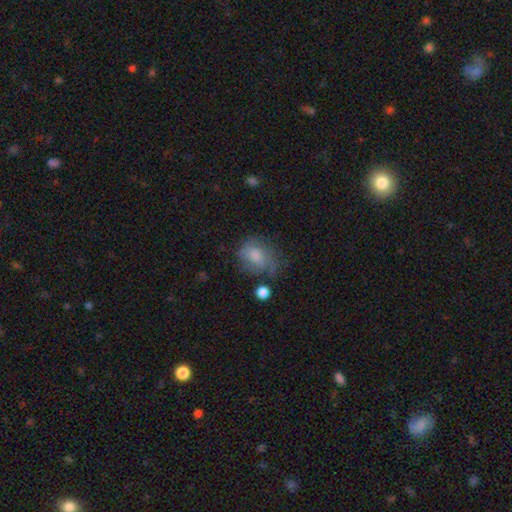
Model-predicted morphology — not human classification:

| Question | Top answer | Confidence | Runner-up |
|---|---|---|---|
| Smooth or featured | smooth | 66% | featured or disk (24%) |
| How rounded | in between | 64% | round (34%) |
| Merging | none | 39% | minor disturbance (31%) |